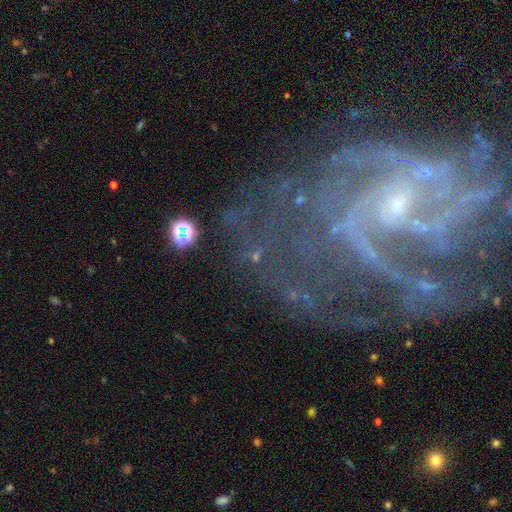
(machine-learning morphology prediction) A star or artifact, not a galaxy (55%).